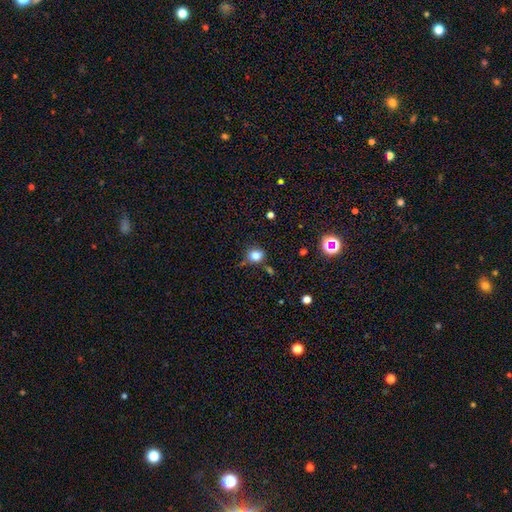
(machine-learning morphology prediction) Smooth or featured: smooth — 80% (star or artifact — 13%)
How rounded: round — 69% (in between — 30%)
Merging: none — 71% (minor disturbance — 18%)